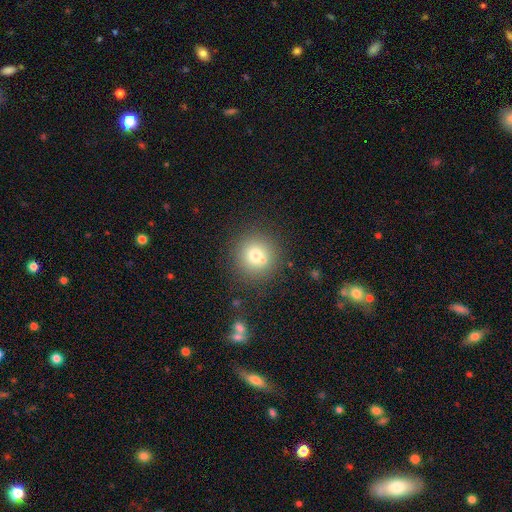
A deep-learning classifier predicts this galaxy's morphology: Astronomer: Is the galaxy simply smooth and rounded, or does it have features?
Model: smooth — 72%.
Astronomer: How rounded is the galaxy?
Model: round — 93%.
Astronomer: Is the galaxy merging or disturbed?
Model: none — 73%.